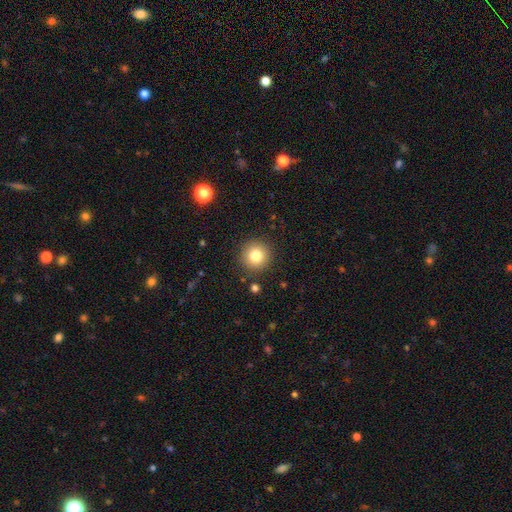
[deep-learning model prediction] This appears to be a smooth galaxy with no disk features (81%) that is round (95%). Merging: none (90%).